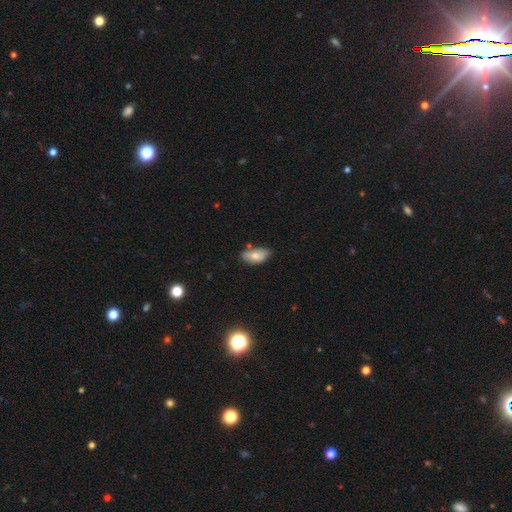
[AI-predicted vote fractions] smooth 77%, featured or disk 16%, star or artifact 8%. Down the decision tree: how rounded — in between (92%); merging — none (61%).